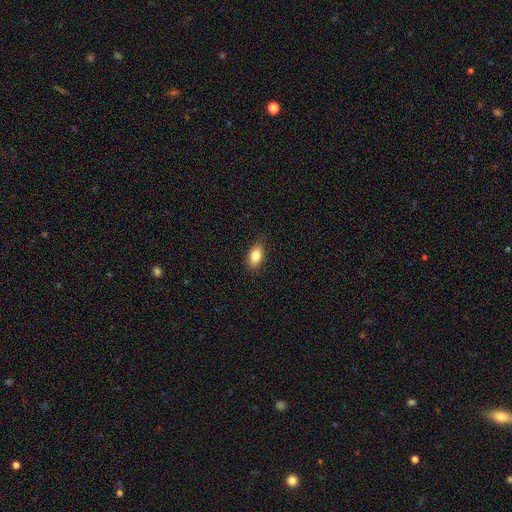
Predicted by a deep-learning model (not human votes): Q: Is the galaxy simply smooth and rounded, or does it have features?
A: smooth — 84%.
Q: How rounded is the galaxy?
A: in between — 89%.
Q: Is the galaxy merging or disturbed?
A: none — 86%.